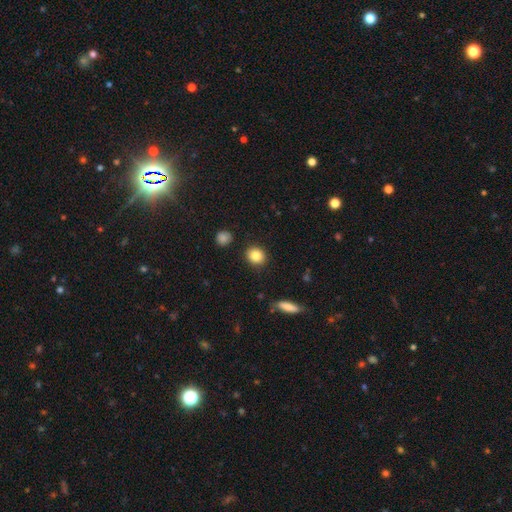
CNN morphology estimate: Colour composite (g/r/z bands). It shows a smooth galaxy with no disk features (85%) that is round (81%). Merging: none (90%).